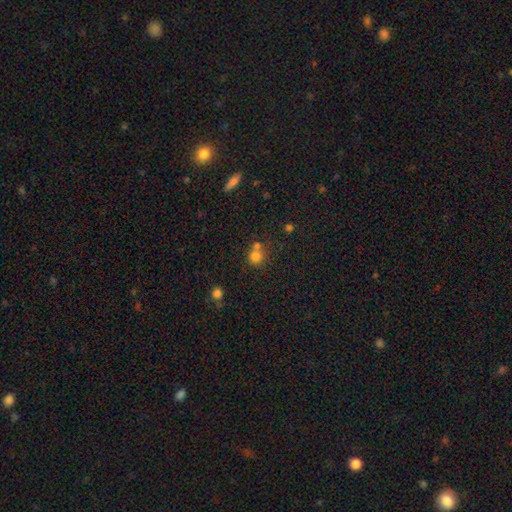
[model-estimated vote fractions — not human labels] Smooth or featured? Predicted: smooth (p=0.77). How rounded? Predicted: round (p=0.85). Merging? Predicted: none (p=0.49).